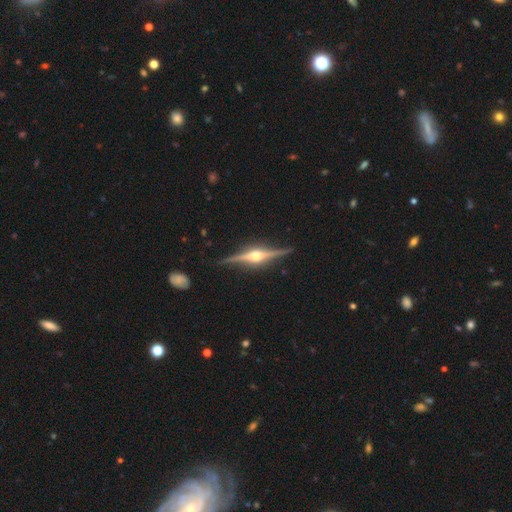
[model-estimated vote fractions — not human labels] Smooth or featured: featured or disk — 88% (smooth — 7%)
Edge-on disk: yes — 98% (no — 2%)
Edge-on bulge: rounded — 94% (boxy — 4%)
Merging: none — 88% (minor disturbance — 9%)